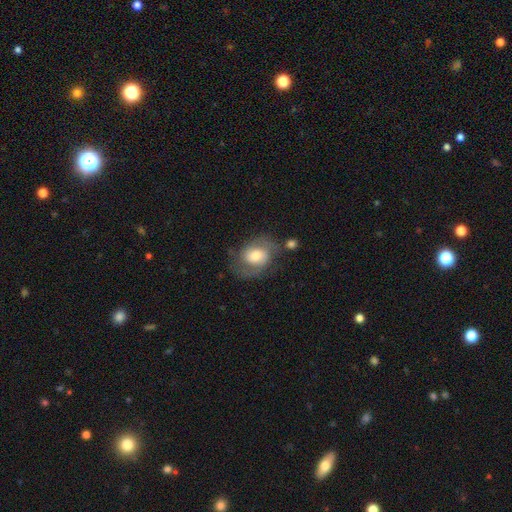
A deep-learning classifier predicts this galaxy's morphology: Smooth or featured? featured or disk (56%)
Edge-on disk? no (97%)
Bar? no (58%)
Spiral arms? yes (83%)
Bulge size? moderate (52%)
Merging? none (58%)